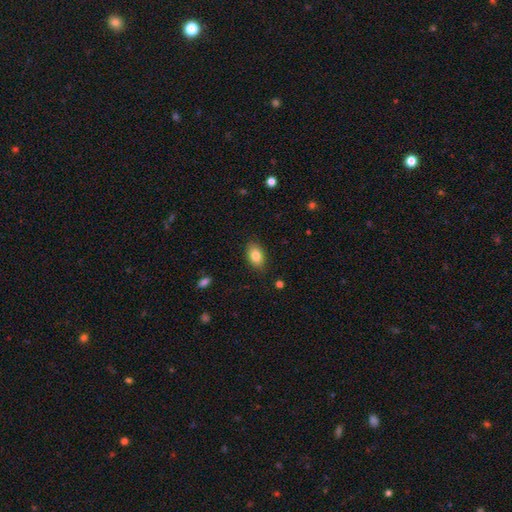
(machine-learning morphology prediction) Smooth or featured? Predicted: smooth (p=0.83). How rounded? Predicted: in between (p=0.88). Merging? Predicted: none (p=0.86).